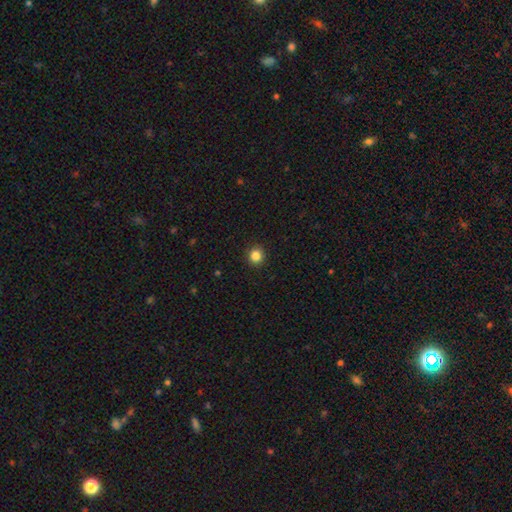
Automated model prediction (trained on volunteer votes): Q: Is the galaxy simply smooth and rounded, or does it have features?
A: smooth — 85%.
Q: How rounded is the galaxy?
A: round — 92%.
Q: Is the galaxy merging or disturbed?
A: none — 92%.